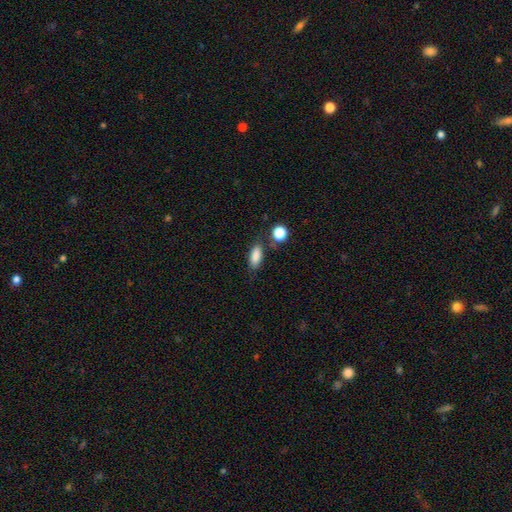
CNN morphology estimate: Smooth or featured? Predicted: smooth (p=0.85). How rounded? Predicted: in between (p=0.81). Merging? Predicted: none (p=0.70).